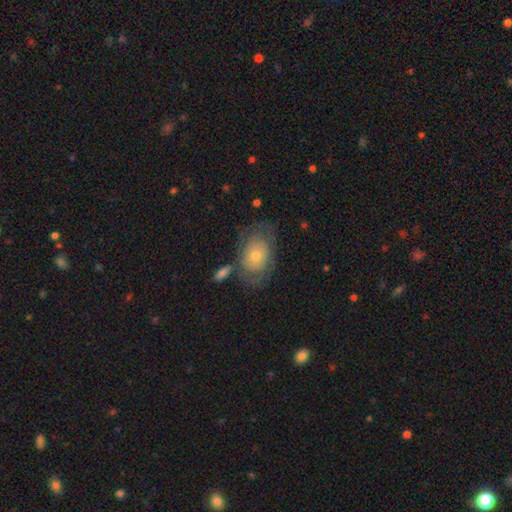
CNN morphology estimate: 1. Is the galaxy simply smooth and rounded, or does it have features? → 48% smooth, 43% featured or disk, 8% star or artifact.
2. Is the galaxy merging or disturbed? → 58% none, 21% minor disturbance, 13% major disturbance, 7% merger.